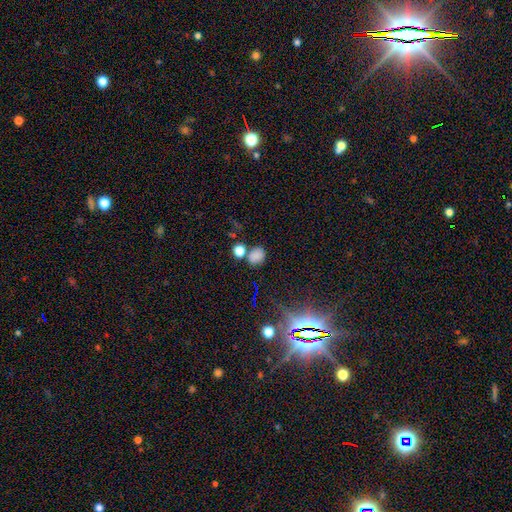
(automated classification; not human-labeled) The model was most divided on "how rounded": round: 57%, in between: 42%, cigar-shaped: 1%. More confident: smooth or featured — smooth (75%); merging — none (67%).